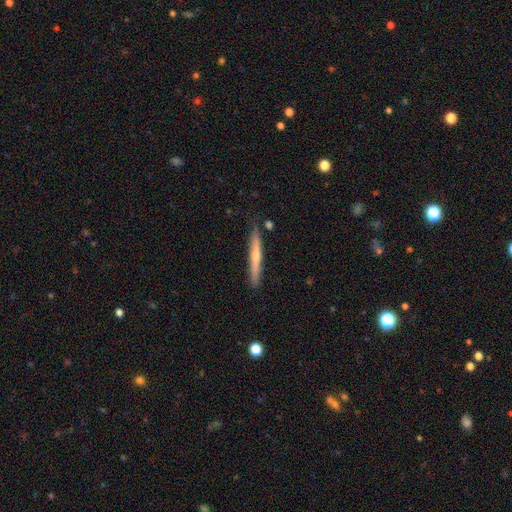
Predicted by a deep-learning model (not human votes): smooth 50%, featured or disk 44%, star or artifact 6%. Down the decision tree: how rounded — cigar-shaped (96%); merging — none (85%).